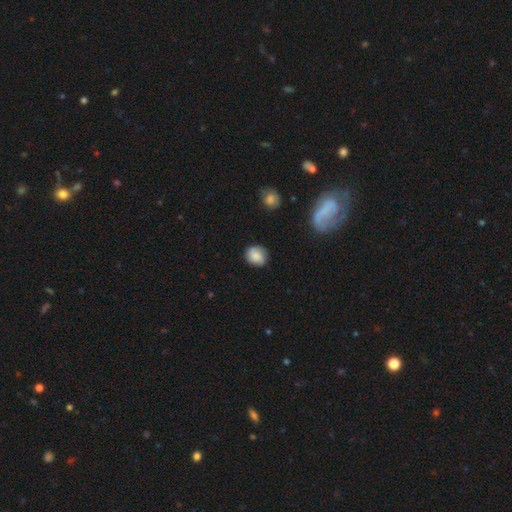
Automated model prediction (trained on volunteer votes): This appears to be a smooth galaxy with no disk features (79%) that is round (66%). Merging: none (78%).